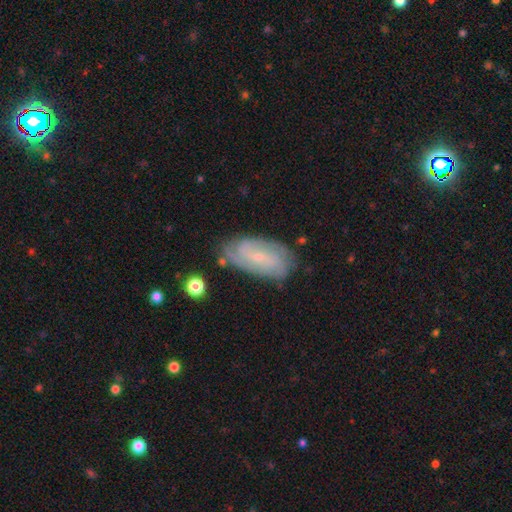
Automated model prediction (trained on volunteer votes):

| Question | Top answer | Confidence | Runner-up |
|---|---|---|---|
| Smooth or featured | featured or disk | 71% | smooth (21%) |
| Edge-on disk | no | 94% | yes (6%) |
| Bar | no | 55% | weak (36%) |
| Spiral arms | yes | 90% | no (10%) |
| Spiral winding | tight | 58% | medium (31%) |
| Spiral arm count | can't tell | 41% | 2 (28%) |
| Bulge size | small | 80% | moderate (14%) |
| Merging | none | 73% | minor disturbance (20%) |